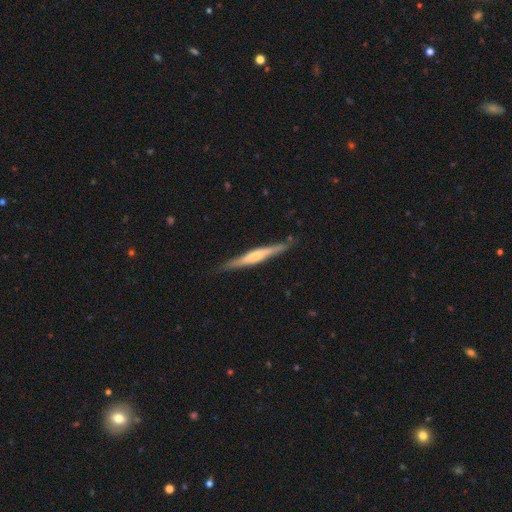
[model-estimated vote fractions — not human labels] Smooth or featured?
  - featured or disk: 61% *
  - smooth: 33%
  - star or artifact: 5%
Edge-on disk?
  - yes: 97% *
  - no: 3%
Edge-on bulge?
  - rounded: 59% *
  - boxy: 22%
  - none: 19%
Merging?
  - none: 85% *
  - minor disturbance: 11%
  - major disturbance: 2%
  - merger: 2%